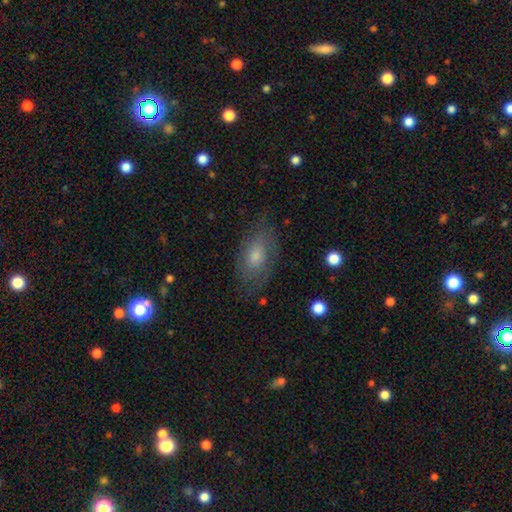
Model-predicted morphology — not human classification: This is possibly a smooth galaxy (50%). How rounded: clearly in between (88%). Merging: likely none (73%).